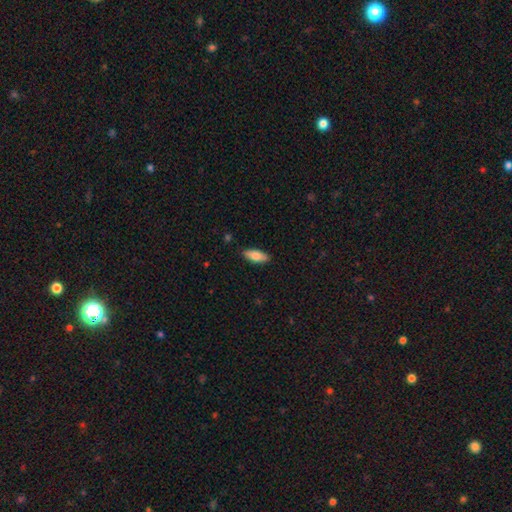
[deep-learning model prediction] This is clearly a smooth galaxy (81%). How rounded: clearly in between (80%). Merging: clearly none (88%).